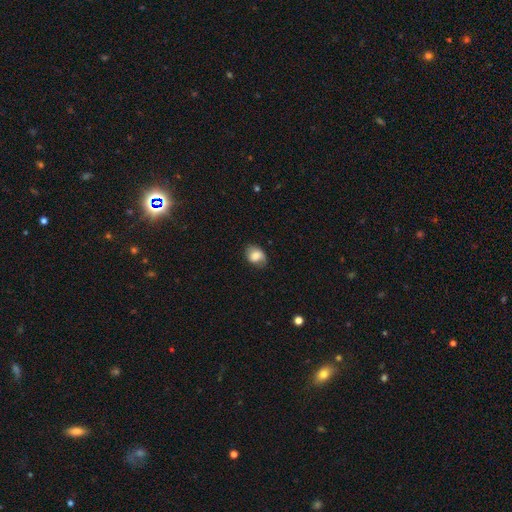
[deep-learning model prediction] This appears to be a smooth galaxy with no disk features (77%) that is in between round and cigar-shaped (62%). Merging: none (70%).